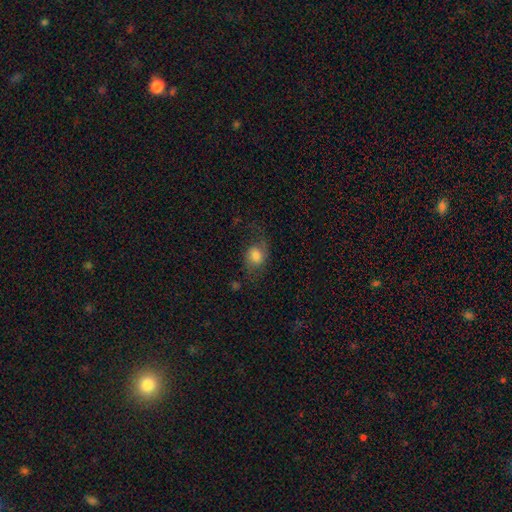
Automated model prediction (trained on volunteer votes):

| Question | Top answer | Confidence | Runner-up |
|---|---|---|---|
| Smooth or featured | smooth | 51% | featured or disk (39%) |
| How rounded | in between | 49% | tied: round (49%) |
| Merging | none | 53% | major disturbance (23%) |